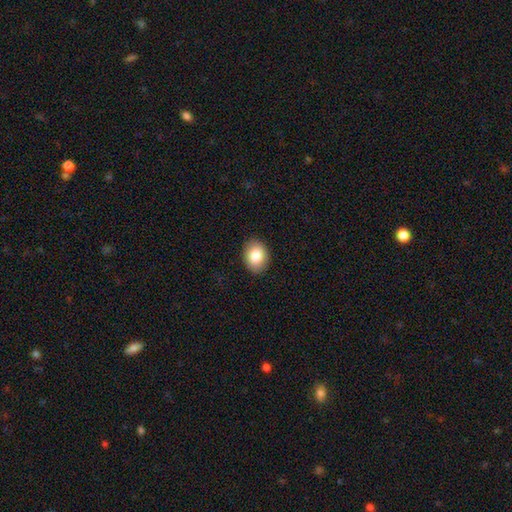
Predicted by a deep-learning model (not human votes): This is clearly a smooth galaxy (85%). How rounded: likely in between (67%). Merging: clearly none (89%).